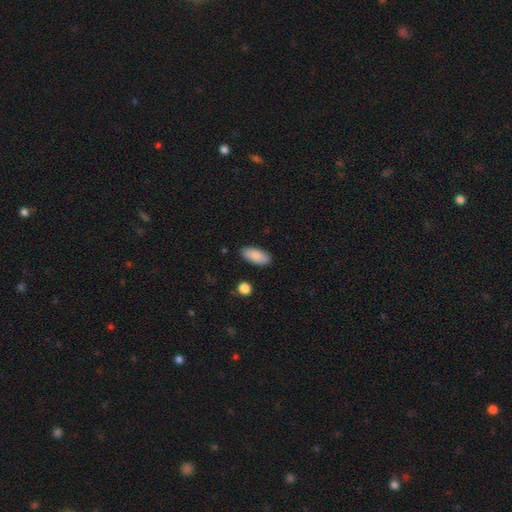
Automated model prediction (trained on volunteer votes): Q: Smooth or featured?
A: smooth (87%); runner-up: featured or disk (6%)
Q: How rounded?
A: in between (88%); runner-up: cigar-shaped (10%)
Q: Merging?
A: none (87%); runner-up: minor disturbance (10%)